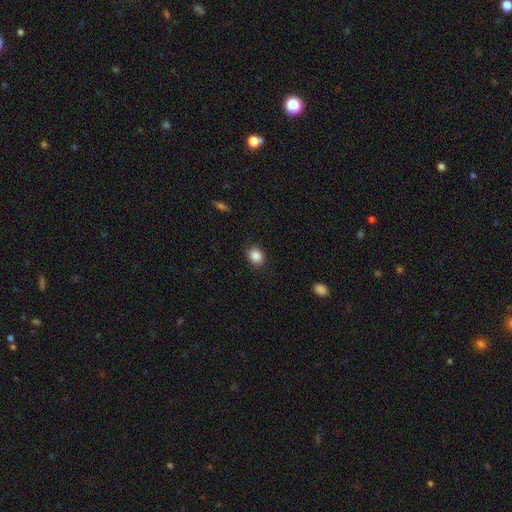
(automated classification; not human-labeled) Smooth or featured?
  - smooth: 87% *
  - star or artifact: 9%
  - featured or disk: 4%
How rounded?
  - round: 62% *
  - in between: 37%
  - cigar-shaped: 1%
Merging?
  - none: 87% *
  - minor disturbance: 9%
  - major disturbance: 3%
  - merger: 1%